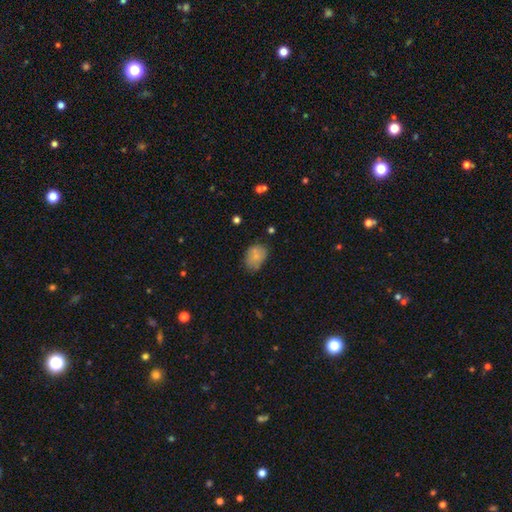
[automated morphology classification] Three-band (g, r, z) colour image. It shows a smooth galaxy with no disk features (74%) that is in between round and cigar-shaped (74%). Merging: none (53%).